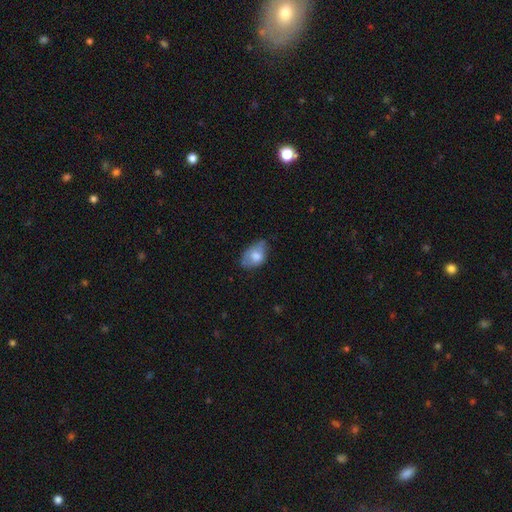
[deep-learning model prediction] smooth-or-featured: smooth: 73% | featured or disk: 19% | star or artifact: 8%
  how-rounded: in between: 84% | round: 15% | cigar-shaped: 1%
  merging: minor disturbance: 44% | none: 37% | major disturbance: 16% | merger: 3%